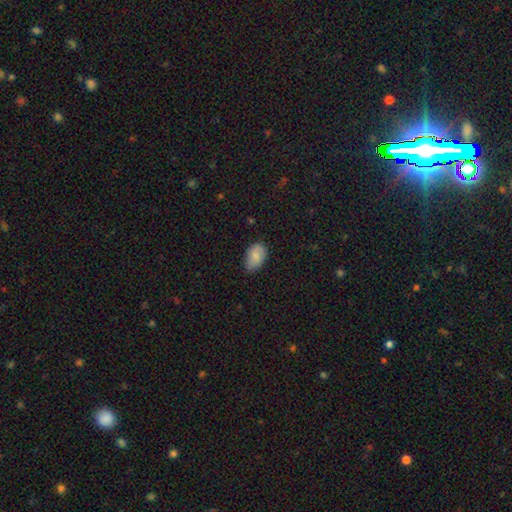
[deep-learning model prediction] Q: Smooth or featured?
A: smooth (83%); runner-up: featured or disk (10%)
Q: How rounded?
A: in between (92%); runner-up: round (7%)
Q: Merging?
A: none (68%); runner-up: minor disturbance (27%)